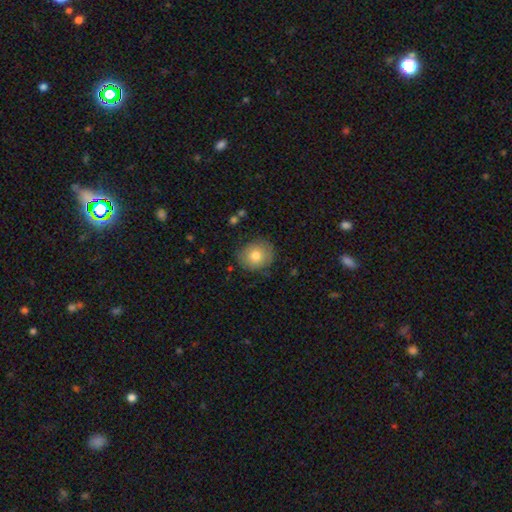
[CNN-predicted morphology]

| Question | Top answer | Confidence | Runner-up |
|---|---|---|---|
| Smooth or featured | smooth | 78% | featured or disk (14%) |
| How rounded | round | 81% | in between (18%) |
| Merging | none | 80% | minor disturbance (15%) |